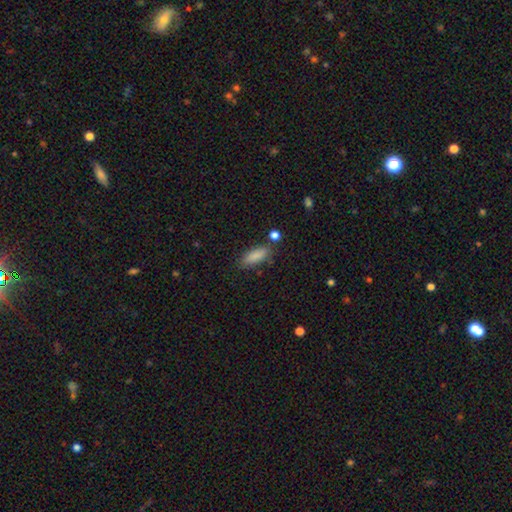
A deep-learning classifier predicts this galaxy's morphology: This appears to be a smooth galaxy with no disk features (87%) that is in between round and cigar-shaped (68%). Merging: none (77%).